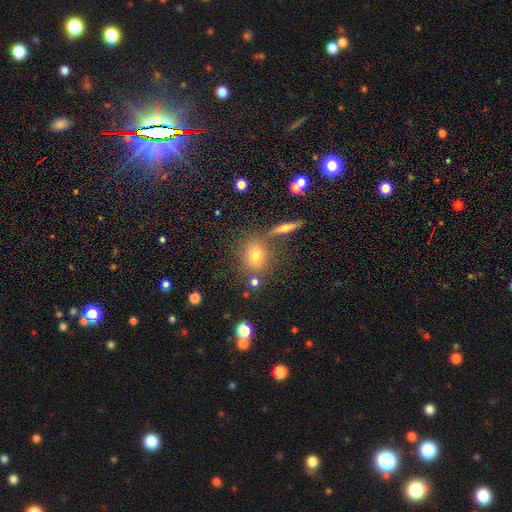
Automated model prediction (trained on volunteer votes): Smooth or featured? Predicted: smooth (p=0.68). How rounded? Predicted: round (p=0.73). Merging? Predicted: none (p=0.72).